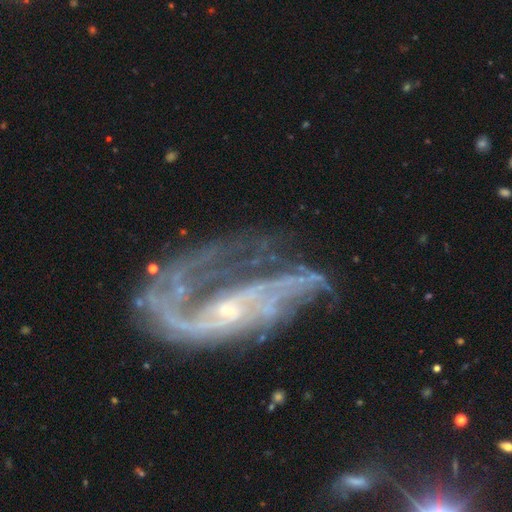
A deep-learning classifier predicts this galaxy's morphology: This appears to be a featured or disk galaxy (87%) with no bar (53%), 2 (43%) loose (53%) spiral arms (92%) and a small central bulge (72%). Merging: none (38%).